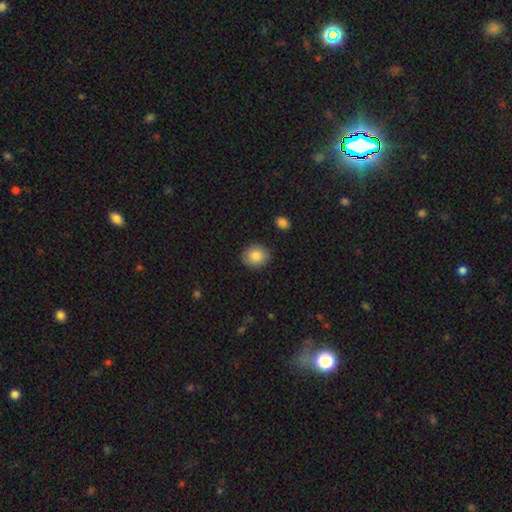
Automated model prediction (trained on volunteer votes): Smooth or featured: smooth — 86% (star or artifact — 8%)
How rounded: round — 76% (in between — 23%)
Merging: none — 89% (minor disturbance — 7%)